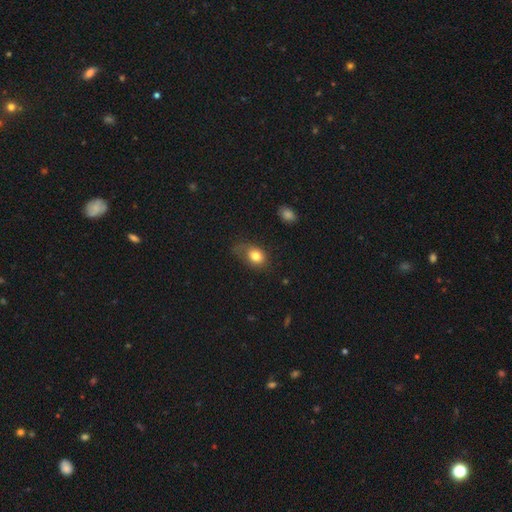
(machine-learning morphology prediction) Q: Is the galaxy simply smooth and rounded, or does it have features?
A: smooth — 77%.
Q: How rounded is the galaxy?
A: in between — 69%.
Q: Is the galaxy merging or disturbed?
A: none — 48%.